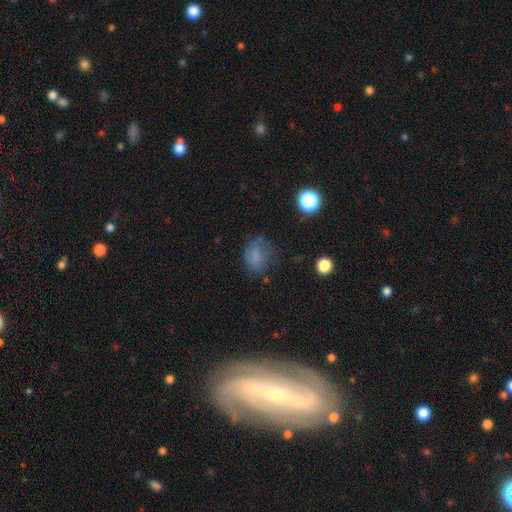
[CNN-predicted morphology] A smooth galaxy with no disk features (70%) that is in between round and cigar-shaped (60%). Merging: none (53%).